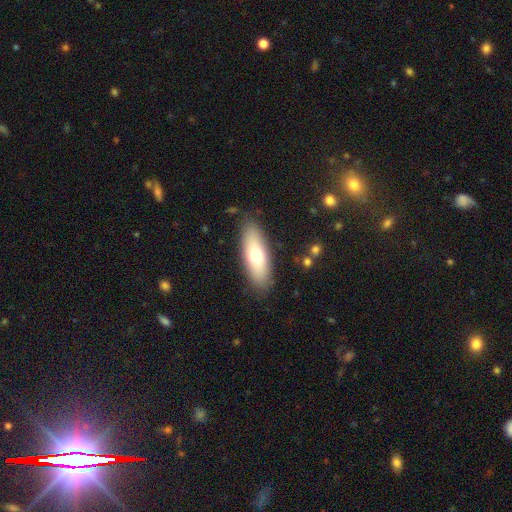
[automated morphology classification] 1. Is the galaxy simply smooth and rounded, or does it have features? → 68% smooth, 25% featured or disk, 7% star or artifact.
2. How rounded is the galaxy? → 67% in between, 30% cigar-shaped, 3% round.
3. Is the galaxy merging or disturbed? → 85% none, 10% minor disturbance, 3% major disturbance, 1% merger.